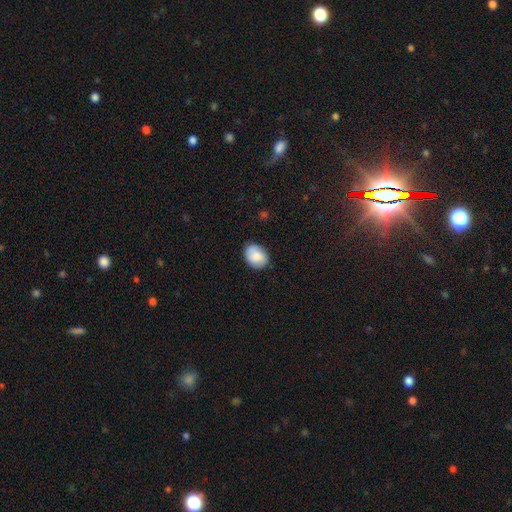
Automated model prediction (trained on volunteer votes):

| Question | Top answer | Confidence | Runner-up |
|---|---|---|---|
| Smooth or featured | smooth | 85% | featured or disk (8%) |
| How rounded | in between | 67% | round (32%) |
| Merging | none | 82% | minor disturbance (14%) |